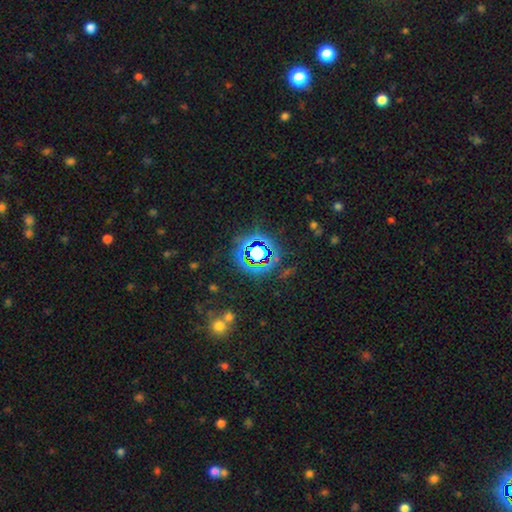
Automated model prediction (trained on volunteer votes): A star or artifact, not a galaxy (76%).

Vote fractions:
- Smooth or featured? star or artifact: 76% / smooth: 14% / featured or disk: 10%